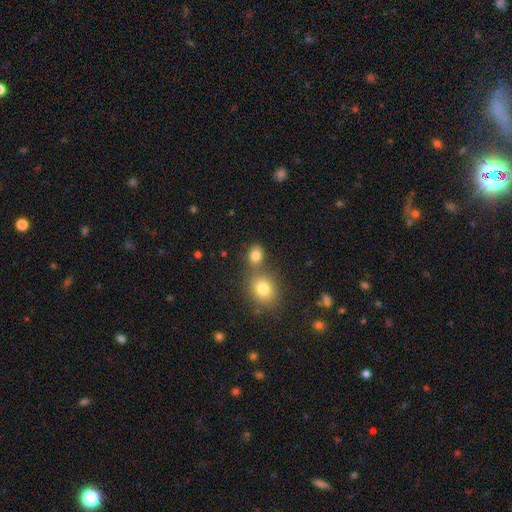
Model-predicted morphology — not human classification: A smooth galaxy with no disk features (80%) that is in between round and cigar-shaped (50%).

Vote fractions:
- Smooth or featured? smooth: 80% / star or artifact: 12% / featured or disk: 7%
- How rounded? in between: 50% / round: 49% / cigar-shaped: 1%
- Merging? none: 56% / merger: 31% / minor disturbance: 9% / major disturbance: 4%